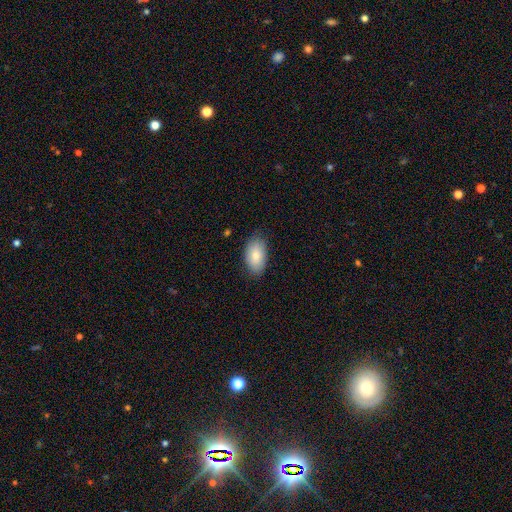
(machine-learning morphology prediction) Smooth or featured? Predicted: smooth (p=0.83). How rounded? Predicted: in between (p=0.94). Merging? Predicted: none (p=0.82).